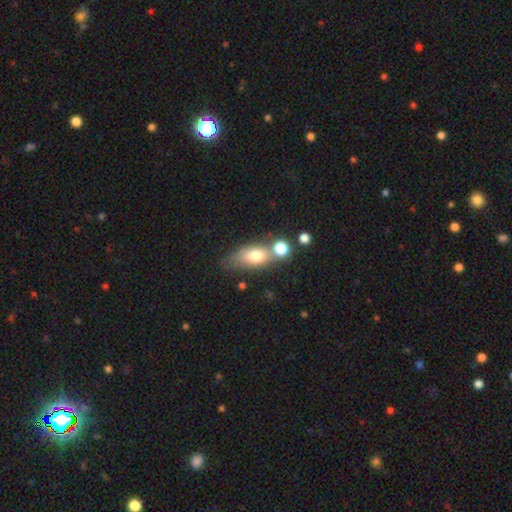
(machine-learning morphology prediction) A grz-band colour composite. It shows a smooth galaxy with no disk features (71%) that is in between round and cigar-shaped (75%). Merging: none (42%).